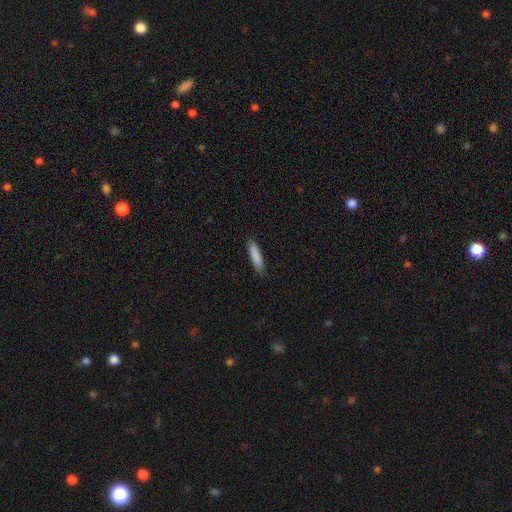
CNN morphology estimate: The model was most divided on "how rounded": cigar-shaped: 77%, in between: 22%, round: 1%. More confident: smooth or featured — smooth (87%); merging — none (86%).